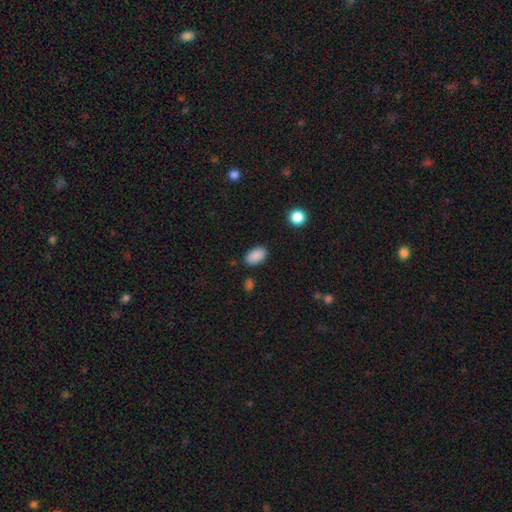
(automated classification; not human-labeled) The model was most divided on "merging": none: 85%, minor disturbance: 11%, major disturbance: 3%, merger: 2%. More confident: how rounded — in between (91%); smooth or featured — smooth (89%).